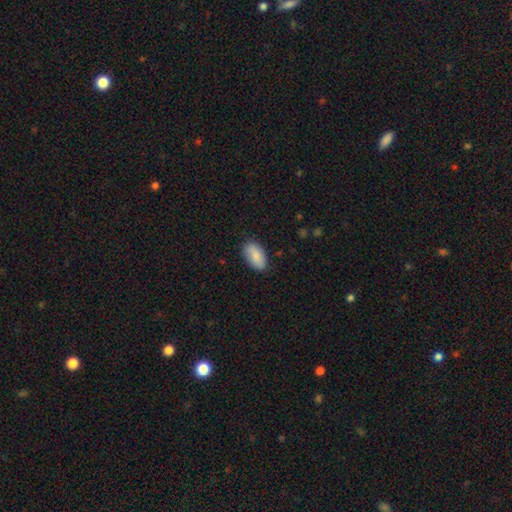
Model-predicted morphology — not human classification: Smooth or featured?
  - smooth: 86% *
  - featured or disk: 8%
  - star or artifact: 6%
How rounded?
  - in between: 94% *
  - round: 3%
  - cigar-shaped: 2%
Merging?
  - none: 82% *
  - minor disturbance: 14%
  - major disturbance: 3%
  - merger: 1%